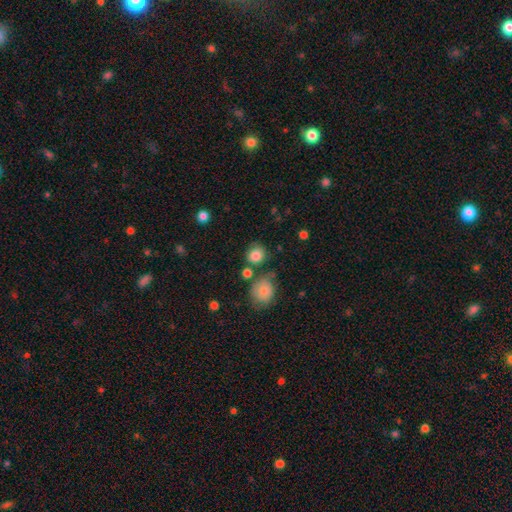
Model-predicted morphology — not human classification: A smooth galaxy with no disk features (83%) that is round (85%). Merging: none (70%).